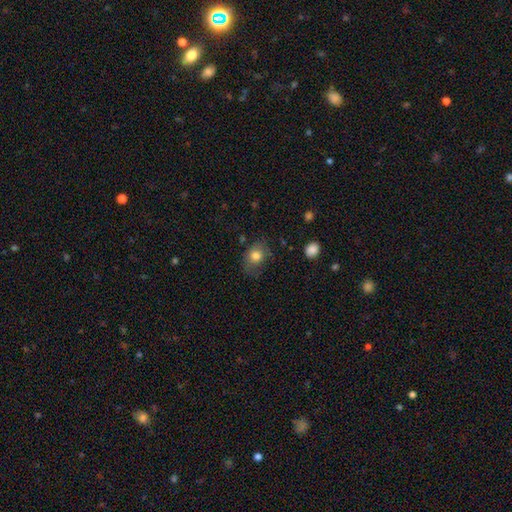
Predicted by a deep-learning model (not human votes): smooth_or_featured: smooth (p=0.78) [alt: featured or disk p=0.13]
how_rounded: in between (p=0.56) [alt: round p=0.43]
merging: none (p=0.60) [alt: minor disturbance p=0.26]